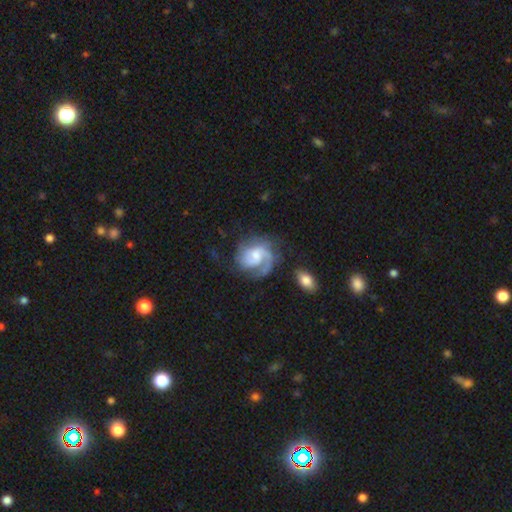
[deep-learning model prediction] Q: Smooth or featured?
A: featured or disk (82%); runner-up: smooth (12%)
Q: Edge-on disk?
A: no (98%); runner-up: yes (2%)
Q: Bar?
A: no (53%); runner-up: weak (40%)
Q: Spiral arms?
A: yes (95%); runner-up: no (5%)
Q: Spiral winding?
A: medium (45%); runner-up: tight (35%)
Q: Spiral arm count?
A: 2 (44%); runner-up: 1 (33%)
Q: Bulge size?
A: moderate (45%); runner-up: small (35%)
Q: Merging?
A: none (57%); runner-up: minor disturbance (20%)